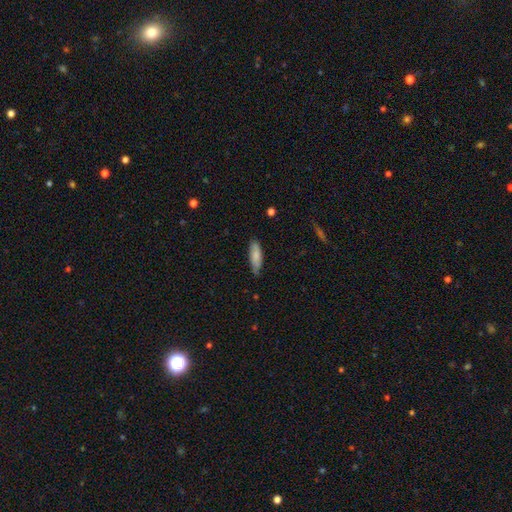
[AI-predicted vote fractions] Smooth or featured? smooth (82%)
How rounded? in between (49%, tied with cigar-shaped)
Merging? none (76%)